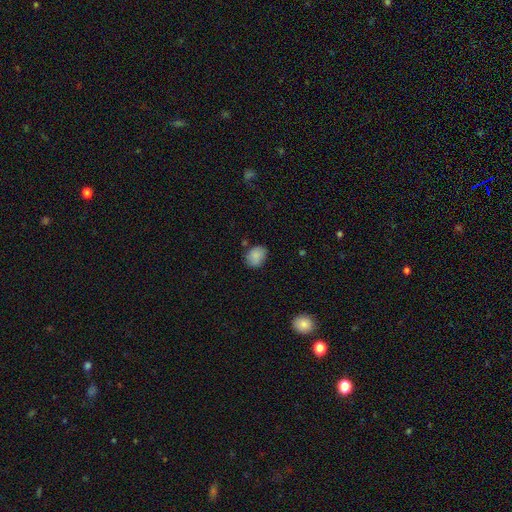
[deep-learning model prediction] Smooth or featured? smooth (86%)
How rounded? in between (62%)
Merging? none (74%)